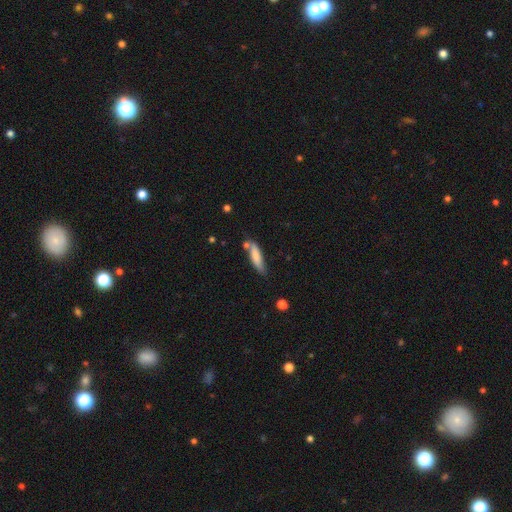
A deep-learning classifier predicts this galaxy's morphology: type=smooth (78%); roundness=cigar-shaped (69%); merging=none (57%).